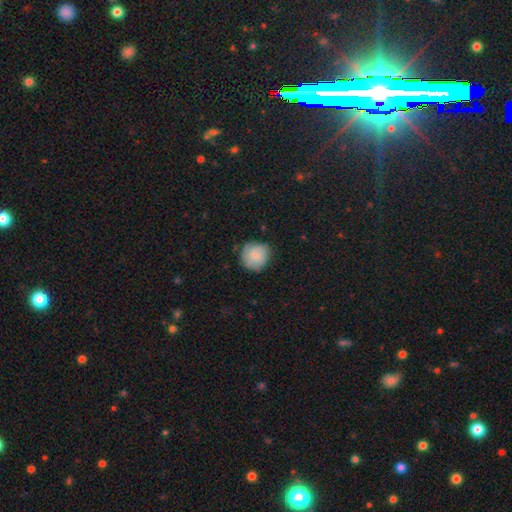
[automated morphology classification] Overall: smooth (70%). How rounded: round (89%). Merging: none (74%).